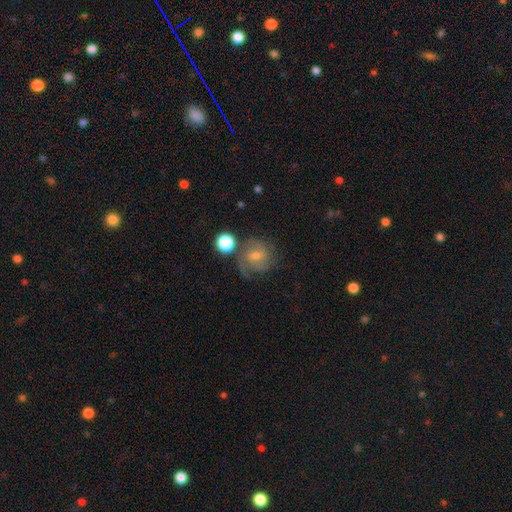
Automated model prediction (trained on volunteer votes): A featured or disk galaxy (64%) with no bar (47%), tight (46%) spiral arms (90%) and a small central bulge (47%).

Vote fractions:
- Smooth or featured? featured or disk: 64% / smooth: 23% / star or artifact: 13%
- Edge-on disk? no: 97% / yes: 3%
- Bar? no: 47% / weak: 45% / strong: 9%
- Spiral arms? yes: 90% / no: 10%
- Spiral winding? tight: 46% / medium: 40% / loose: 14%
- Spiral arm count? can't tell: 33% / 2: 31% / 3: 20% / 1: 7% / 4: 5% / more than 4: 4%
- Bulge size? small: 47% / moderate: 46% / none: 4% / large: 3% / dominant: 1%
- Merging? none: 66% / minor disturbance: 18% / major disturbance: 10% / merger: 6%